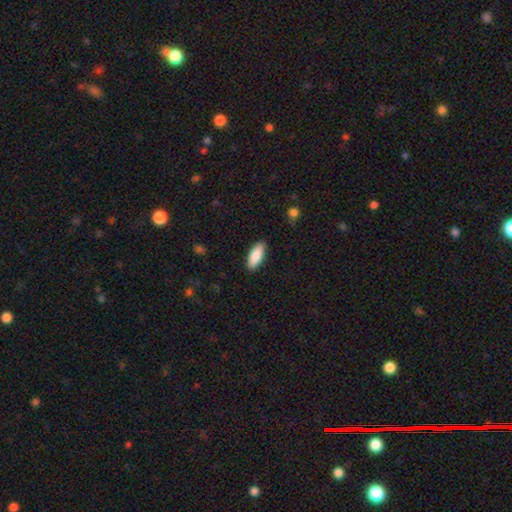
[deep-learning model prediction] Morphology: type=smooth (85%); roundness=in between (75%); merging=none (89%).